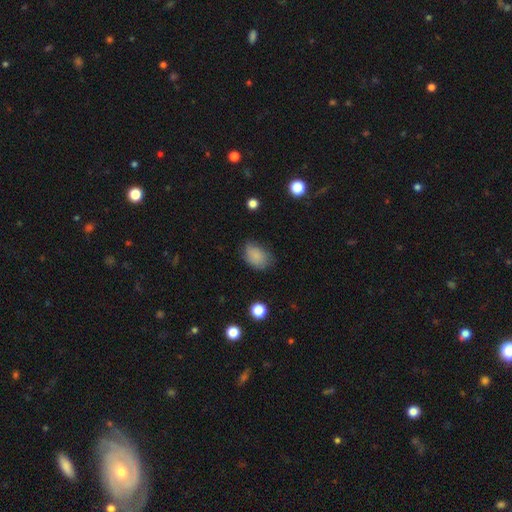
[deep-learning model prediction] The model was most divided on "merging": none: 64%, minor disturbance: 28%, major disturbance: 7%, merger: 2%. More confident: smooth or featured — smooth (84%); how rounded — in between (80%).